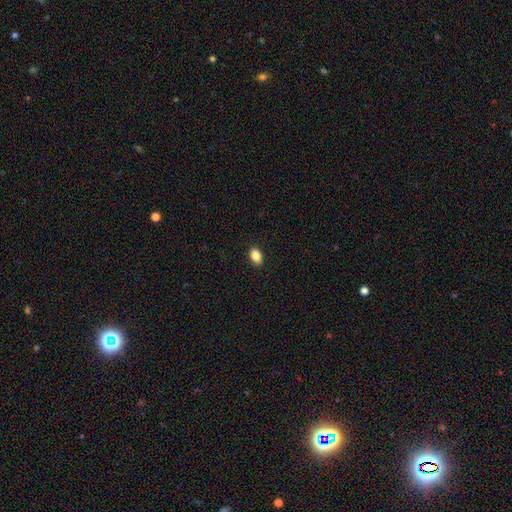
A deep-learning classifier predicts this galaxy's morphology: This is clearly a smooth galaxy (86%). How rounded: clearly in between (83%). Merging: clearly none (90%).